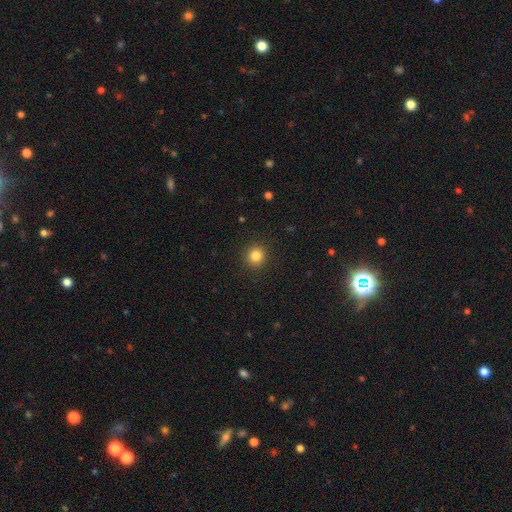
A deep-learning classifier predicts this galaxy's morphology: This is clearly a smooth galaxy (83%). How rounded: clearly round (93%). Merging: clearly none (92%).